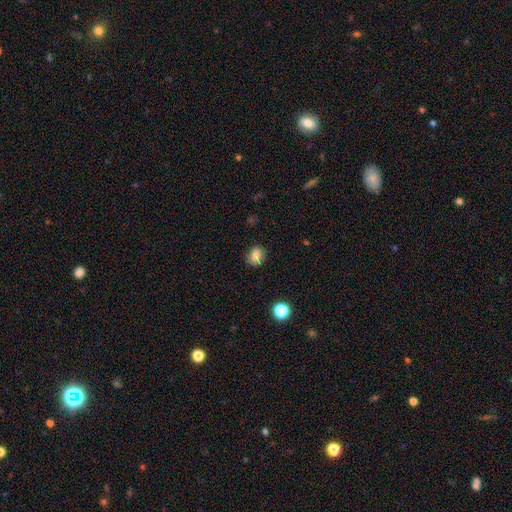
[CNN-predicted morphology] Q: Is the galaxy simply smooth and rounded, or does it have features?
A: smooth — 81%.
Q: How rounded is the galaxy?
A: round — 53%.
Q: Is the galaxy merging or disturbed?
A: none — 83%.